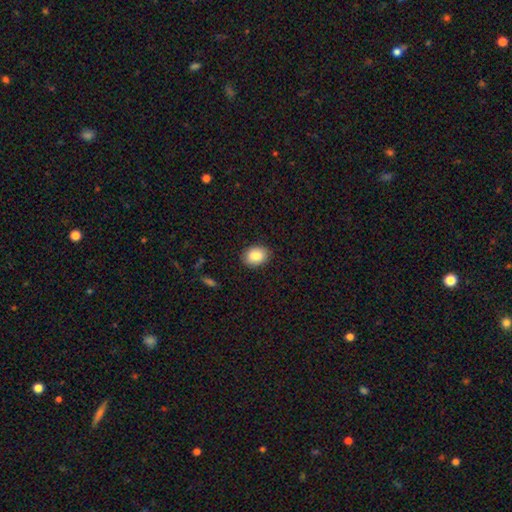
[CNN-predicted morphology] A smooth galaxy with no disk features (86%) that is in between round and cigar-shaped (64%). Merging: none (89%).